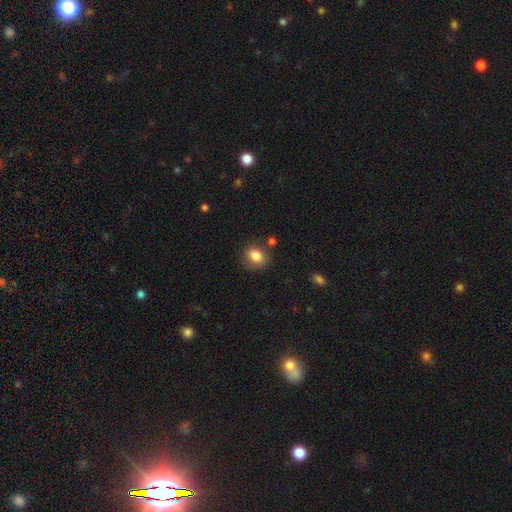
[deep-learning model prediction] smooth 82%, featured or disk 9%, star or artifact 9%. Down the decision tree: how rounded — in between (50%); merging — none (73%).